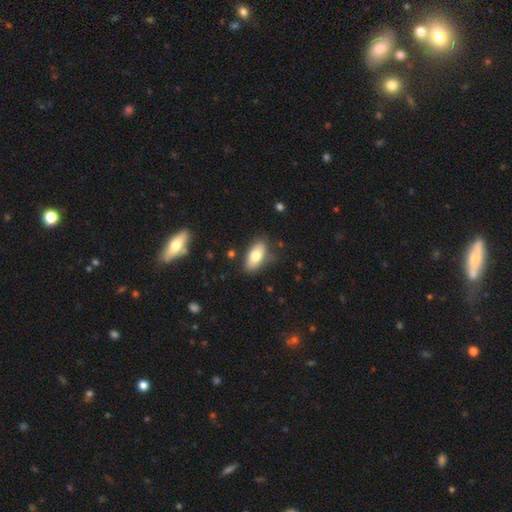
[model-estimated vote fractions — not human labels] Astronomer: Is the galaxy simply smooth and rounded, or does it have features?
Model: smooth — 76%.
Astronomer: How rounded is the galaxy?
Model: in between — 87%.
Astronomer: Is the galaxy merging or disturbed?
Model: none — 80%.